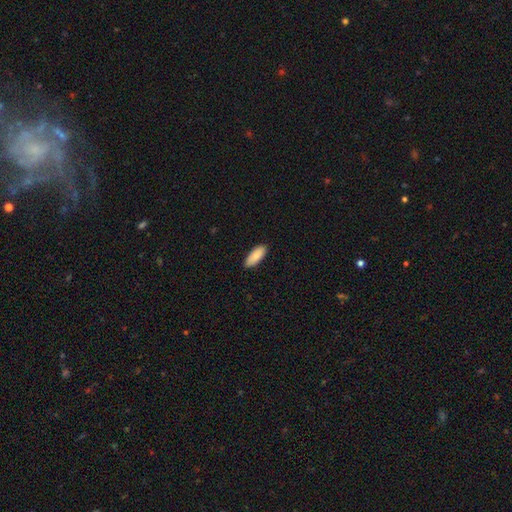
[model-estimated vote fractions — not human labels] A smooth galaxy with no disk features (87%) that is in between round and cigar-shaped (80%). Merging: none (89%).